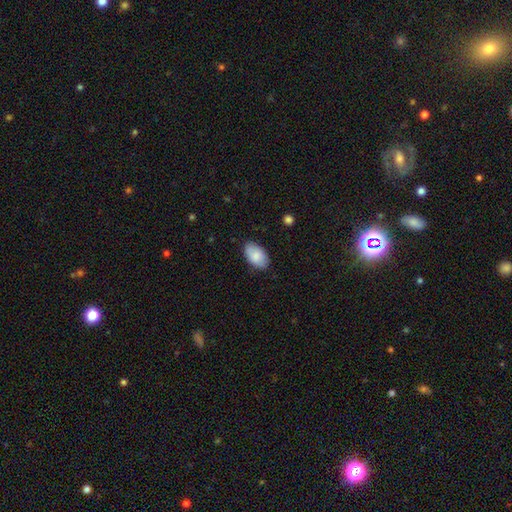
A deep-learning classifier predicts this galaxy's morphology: A smooth galaxy with no disk features (83%) that is in between round and cigar-shaped (94%).

Vote fractions:
- Smooth or featured? smooth: 83% / featured or disk: 11% / star or artifact: 6%
- How rounded? in between: 94% / round: 5% / cigar-shaped: 1%
- Merging? none: 81% / minor disturbance: 15% / major disturbance: 3% / merger: 1%